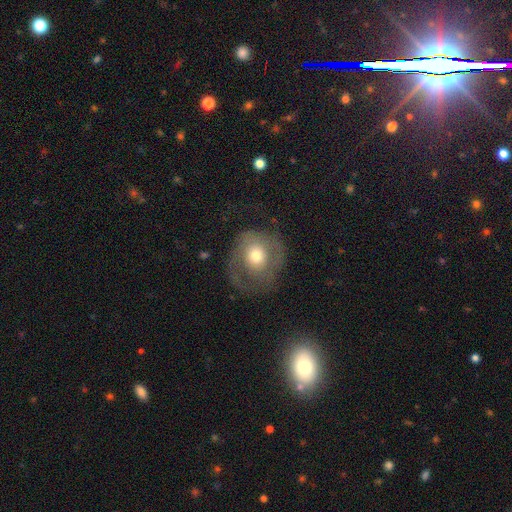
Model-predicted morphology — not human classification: This appears to be a smooth galaxy with no disk features (46%). Merging: none (46%).